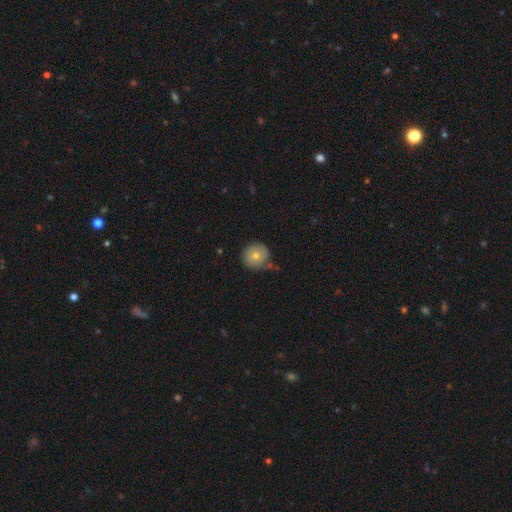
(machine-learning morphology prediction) A smooth galaxy with no disk features (73%) that is round (92%).

Vote fractions:
- Smooth or featured? smooth: 73% / featured or disk: 19% / star or artifact: 8%
- How rounded? round: 92% / in between: 7% / cigar-shaped: 1%
- Merging? none: 69% / minor disturbance: 21% / major disturbance: 5% / merger: 4%